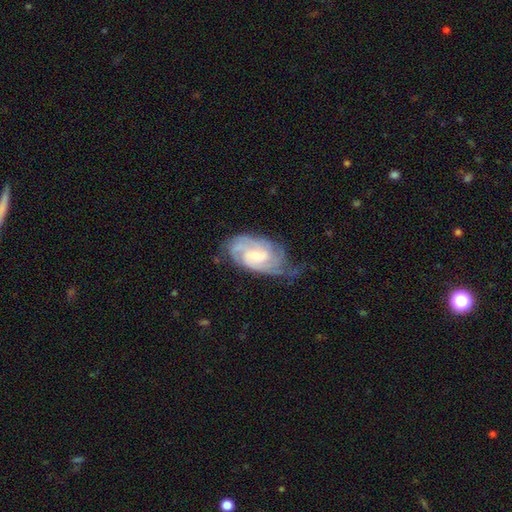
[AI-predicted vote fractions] Morphology: type=featured or disk (86%); edge-on=no (97%); bar=no (51%); spiral arms=yes (97%); winding=tight (65%); arm count=2 (27%); bulge=moderate (49%); merging=none (59%).